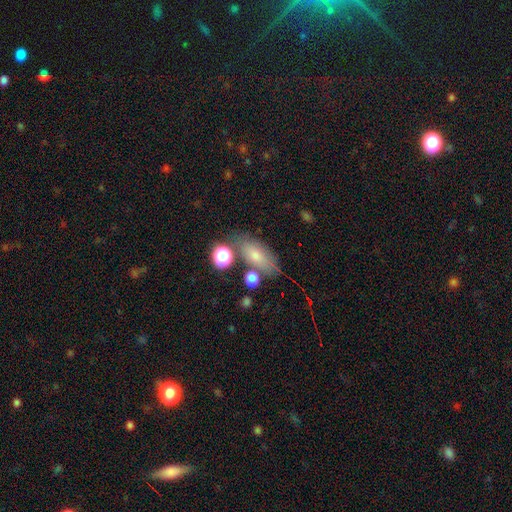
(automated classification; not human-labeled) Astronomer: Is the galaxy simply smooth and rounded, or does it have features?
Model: smooth — 62%.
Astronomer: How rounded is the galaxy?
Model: in between — 77%.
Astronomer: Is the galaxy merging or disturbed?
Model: none — 65%.